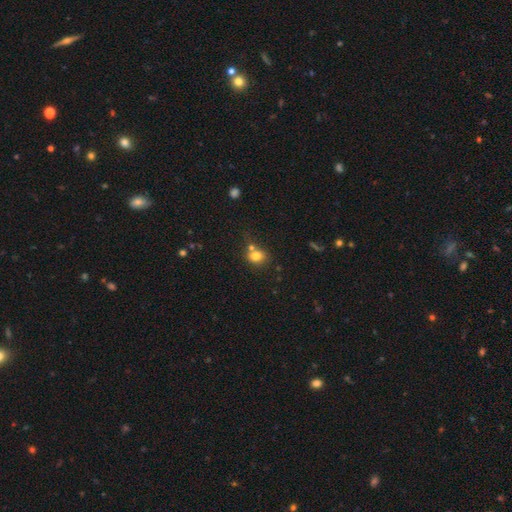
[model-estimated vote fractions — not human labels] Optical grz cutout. It shows a smooth galaxy with no disk features (78%) that is round (57%). Merging: none (49%).